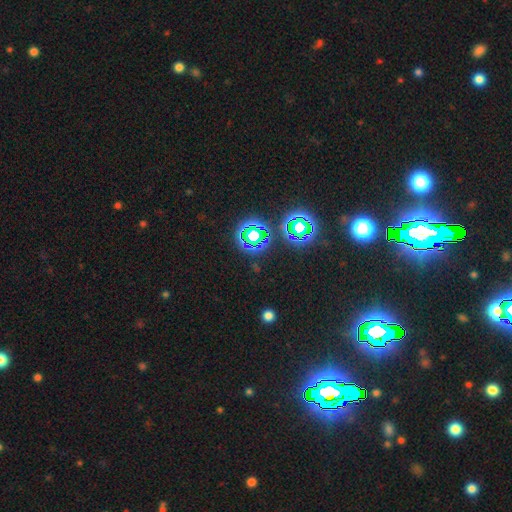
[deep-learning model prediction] smooth-or-featured: star or artifact: 78% | smooth: 15% | featured or disk: 7%